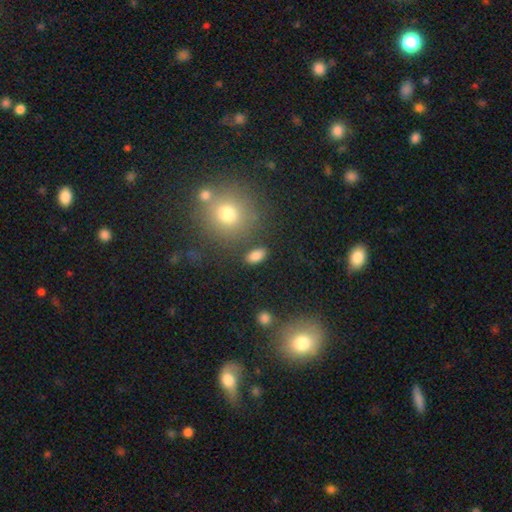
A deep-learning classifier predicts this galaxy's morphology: A smooth galaxy with no disk features (84%) that is in between round and cigar-shaped (88%).

Vote fractions:
- Smooth or featured? smooth: 84% / star or artifact: 10% / featured or disk: 6%
- How rounded? in between: 88% / round: 8% / cigar-shaped: 4%
- Merging? none: 84% / minor disturbance: 9% / merger: 4% / major disturbance: 3%